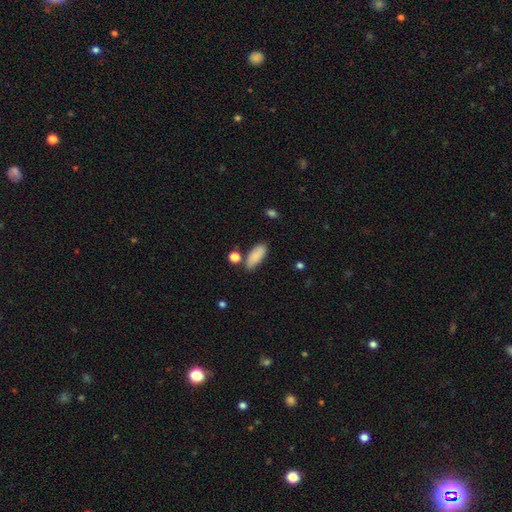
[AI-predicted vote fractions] smooth-or-featured: smooth: 85% | featured or disk: 8% | star or artifact: 7%
  how-rounded: in between: 83% | cigar-shaped: 15% | round: 3%
  merging: none: 71% | minor disturbance: 17% | merger: 8% | major disturbance: 4%